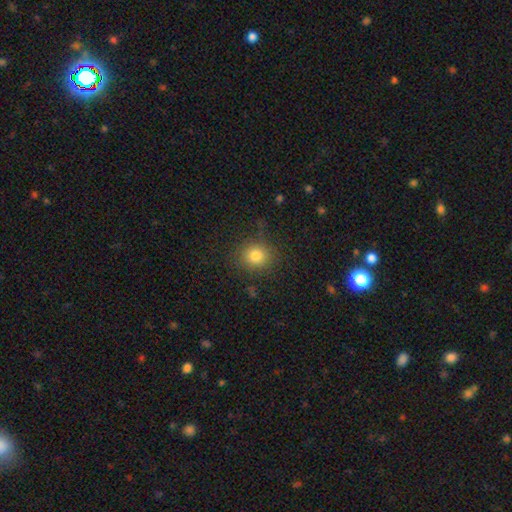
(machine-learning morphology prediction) Smooth or featured? Predicted: smooth (p=0.80). How rounded? Predicted: round (p=0.84). Merging? Predicted: none (p=0.82).